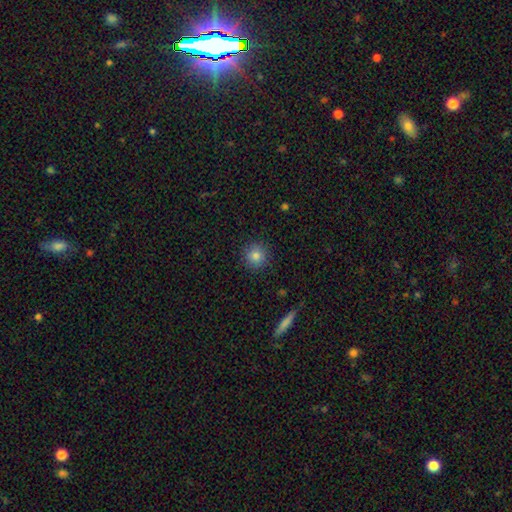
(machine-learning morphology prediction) smooth-or-featured: smooth: 82% | star or artifact: 11% | featured or disk: 7%
  how-rounded: round: 93% | in between: 6% | cigar-shaped: 1%
  merging: none: 90% | minor disturbance: 7% | major disturbance: 2% | merger: 1%